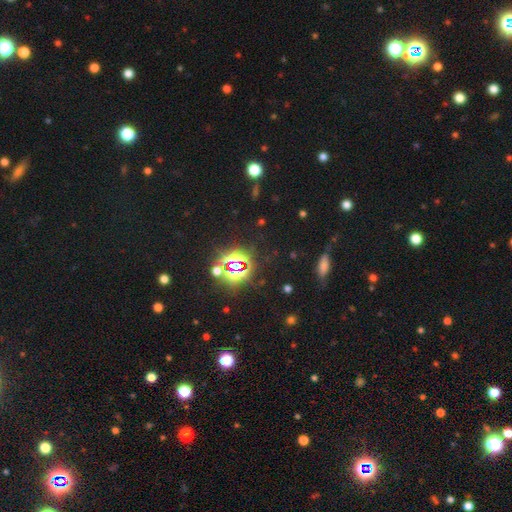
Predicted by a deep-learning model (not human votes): Smooth or featured? Predicted: star or artifact (p=0.75).